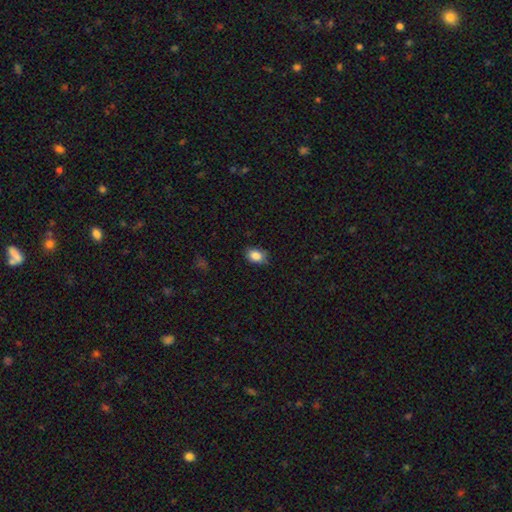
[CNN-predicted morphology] This is clearly a smooth galaxy (85%). How rounded: likely in between (69%). Merging: likely none (77%).